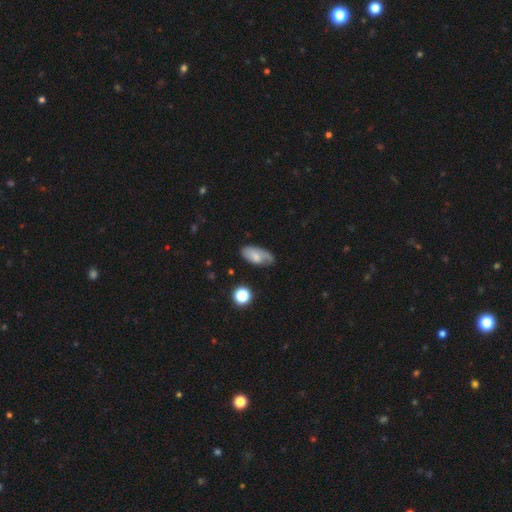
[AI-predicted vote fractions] The model was most divided on "merging": none: 59%, minor disturbance: 29%, major disturbance: 9%, merger: 3%. More confident: how rounded — in between (91%); smooth or featured — smooth (62%).